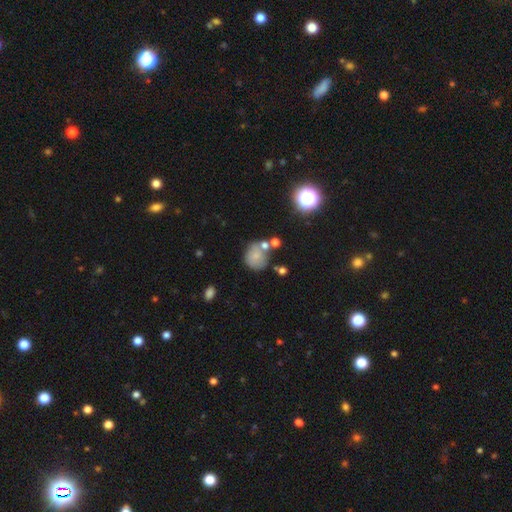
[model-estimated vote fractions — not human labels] A smooth galaxy with no disk features (72%) that is round (74%). Merging: none (50%).